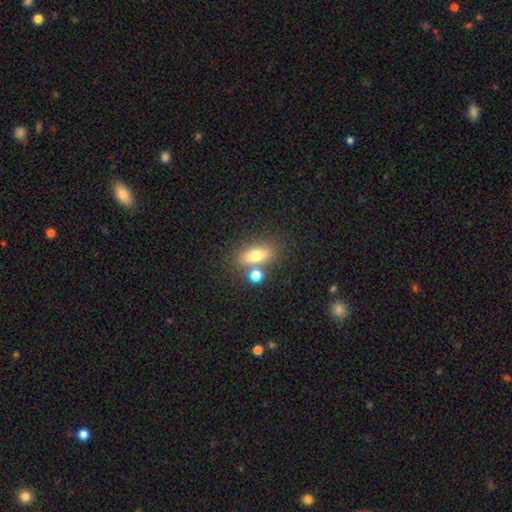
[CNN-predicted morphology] This is likely a smooth galaxy (74%). How rounded: likely in between (76%). Merging: likely none (65%).